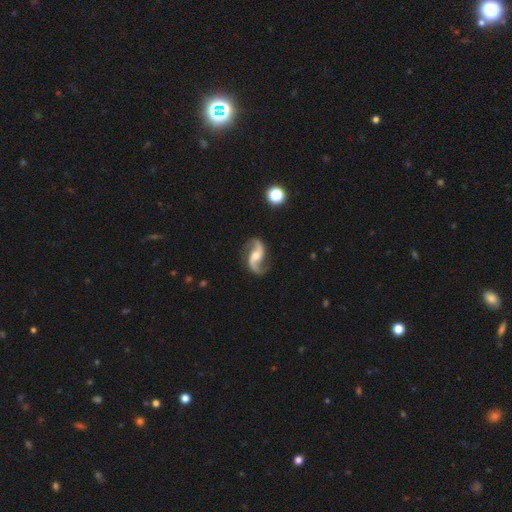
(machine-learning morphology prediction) Overall: featured or disk (92%). Edge-on disk: no (98%). Bar: no (48%; weak 35%). Spiral arms: yes (98%). Spiral arm count: 2 (94%). Spiral winding: loose (69%). Bulge size: moderate (57%; small 35%). Merging: none (83%).